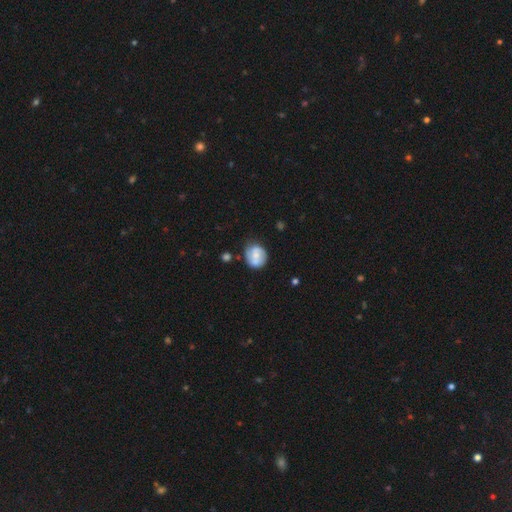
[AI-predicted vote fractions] Morphology: type=smooth (49%); merging=none (61%).